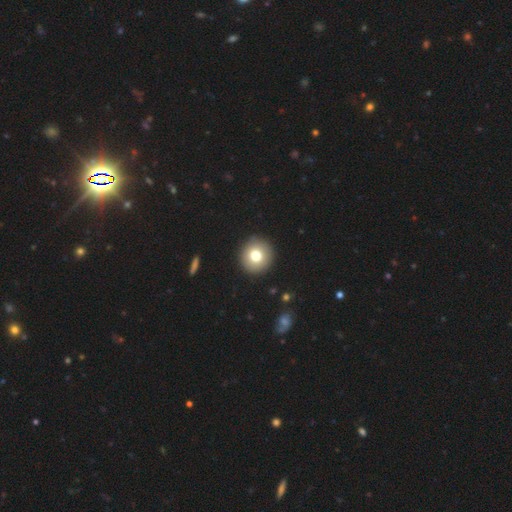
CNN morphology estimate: Smooth or featured: smooth — 76% (featured or disk — 14%)
How rounded: round — 94% (in between — 5%)
Merging: none — 92% (minor disturbance — 5%)